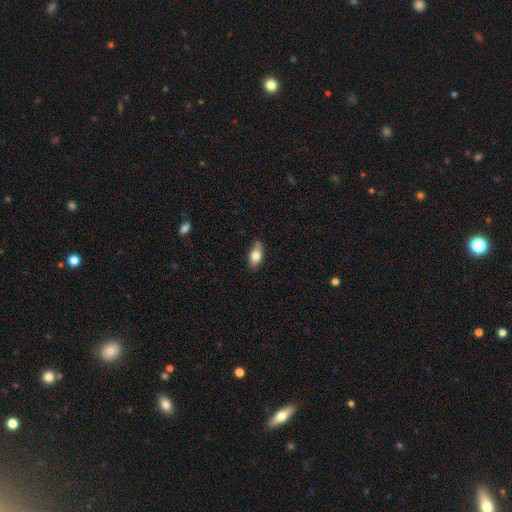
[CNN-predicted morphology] Overall: smooth (78%). How rounded: in between (87%). Merging: none (76%).